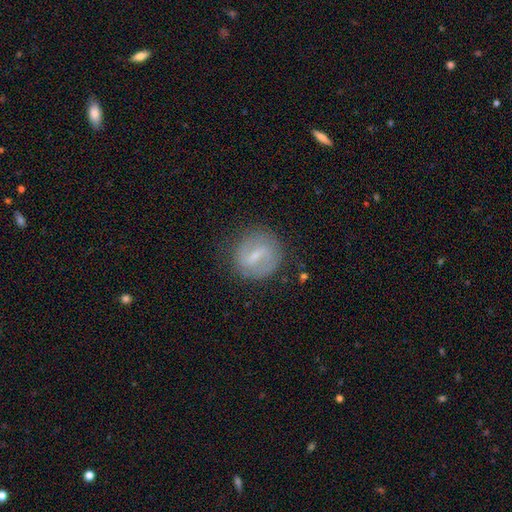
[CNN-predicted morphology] Smooth or featured?
  - featured or disk: 65% *
  - smooth: 28%
  - star or artifact: 7%
Edge-on disk?
  - no: 96% *
  - yes: 4%
Bar?
  - weak: 50% *
  - strong: 36%
  - no: 14%
Spiral arms?
  - yes: 73% *
  - no: 27%
Bulge size?
  - small: 65% *
  - moderate: 23%
  - none: 10%
  - large: 1%
  - dominant: 1%
Merging?
  - none: 78% *
  - minor disturbance: 15%
  - major disturbance: 6%
  - merger: 2%